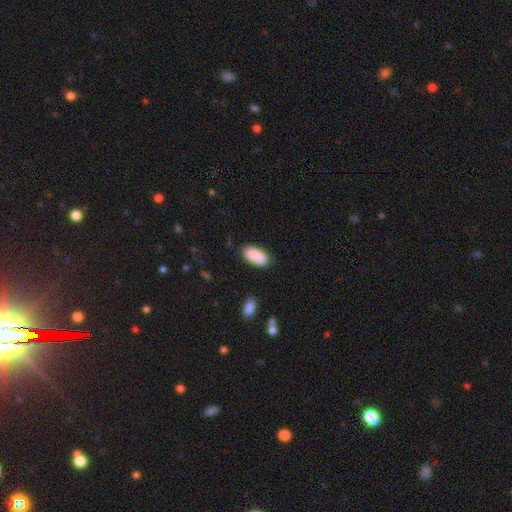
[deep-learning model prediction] smooth-or-featured: smooth: 87% | featured or disk: 7% | star or artifact: 7%
  how-rounded: in between: 92% | cigar-shaped: 5% | round: 2%
  merging: none: 77% | minor disturbance: 16% | merger: 3% | major disturbance: 3%